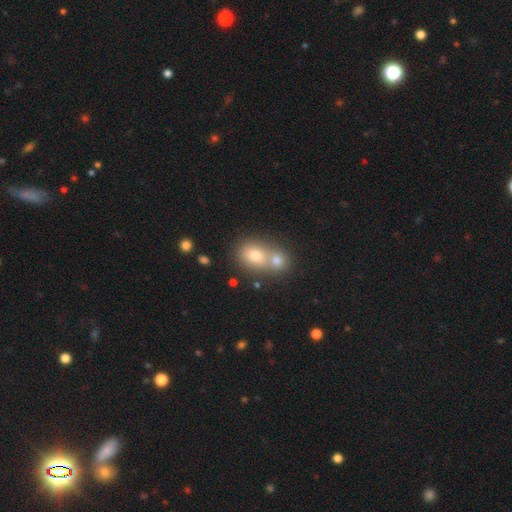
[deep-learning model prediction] Smooth or featured: smooth — 75% (featured or disk — 13%)
How rounded: in between — 53% (round — 46%)
Merging: merger — 61% (none — 30%)